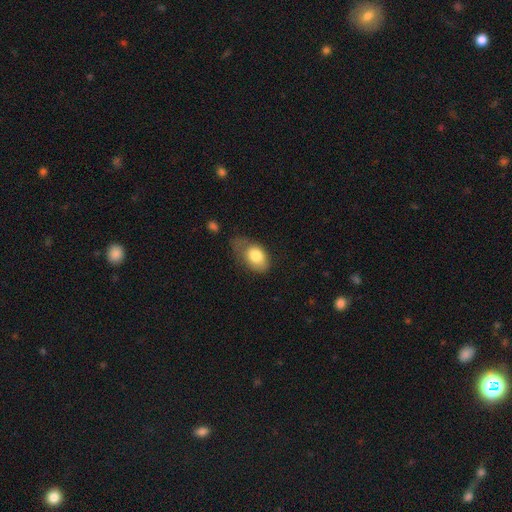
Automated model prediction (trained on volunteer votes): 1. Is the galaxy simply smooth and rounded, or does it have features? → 79% smooth, 14% featured or disk, 7% star or artifact.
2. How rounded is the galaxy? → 87% in between, 11% round, 2% cigar-shaped.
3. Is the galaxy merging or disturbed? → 38% minor disturbance, 33% none, 25% major disturbance, 4% merger.